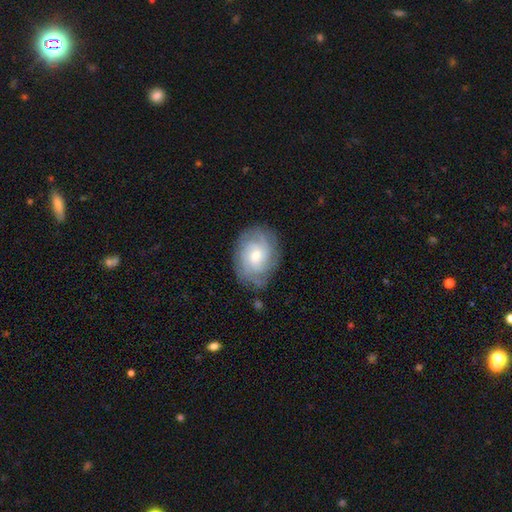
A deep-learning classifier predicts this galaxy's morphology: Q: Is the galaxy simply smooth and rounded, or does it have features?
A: featured or disk — 74%.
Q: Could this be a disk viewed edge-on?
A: no — 97%.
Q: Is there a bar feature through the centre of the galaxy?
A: no — 68%.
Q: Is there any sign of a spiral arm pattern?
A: yes — 93%.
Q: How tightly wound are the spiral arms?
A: tight — 67%.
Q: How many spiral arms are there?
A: can't tell — 40%.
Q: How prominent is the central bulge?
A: small — 50%.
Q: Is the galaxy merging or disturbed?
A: none — 78%.